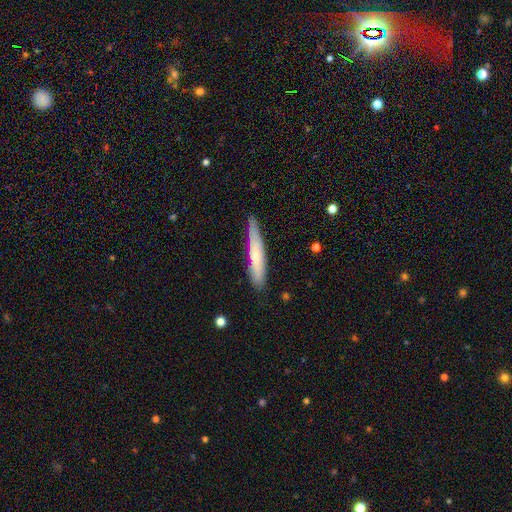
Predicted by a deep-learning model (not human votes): smooth 59%, featured or disk 35%, star or artifact 6%. Down the decision tree: how rounded — cigar-shaped (92%); merging — none (80%).